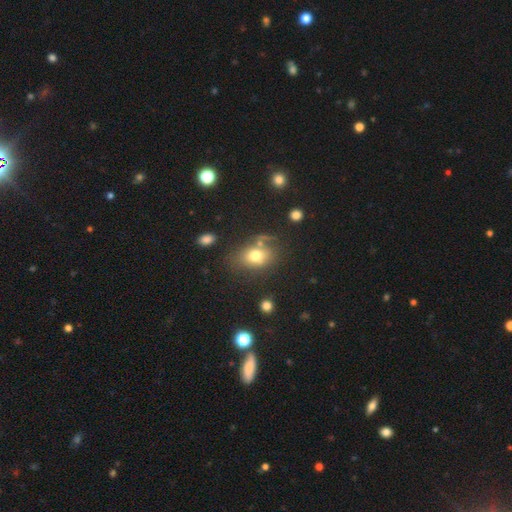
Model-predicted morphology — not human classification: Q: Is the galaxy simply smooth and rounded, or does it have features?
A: smooth — 73%.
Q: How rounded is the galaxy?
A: in between — 66%.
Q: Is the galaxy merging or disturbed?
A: none — 59%.